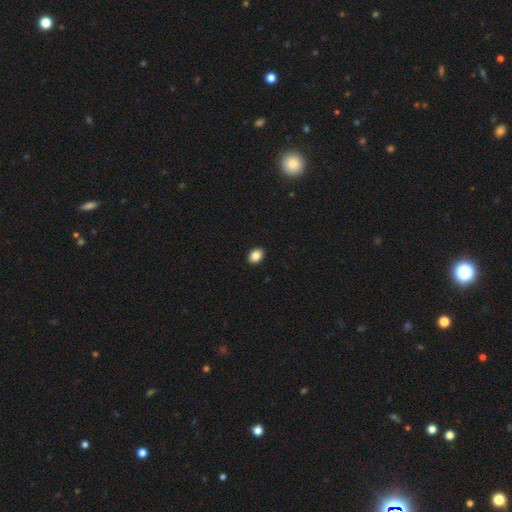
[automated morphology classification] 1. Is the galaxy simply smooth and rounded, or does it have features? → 87% smooth, 9% star or artifact, 5% featured or disk.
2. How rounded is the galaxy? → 68% in between, 31% round, 1% cigar-shaped.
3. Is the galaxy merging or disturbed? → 92% none, 6% minor disturbance, 2% major disturbance, 1% merger.